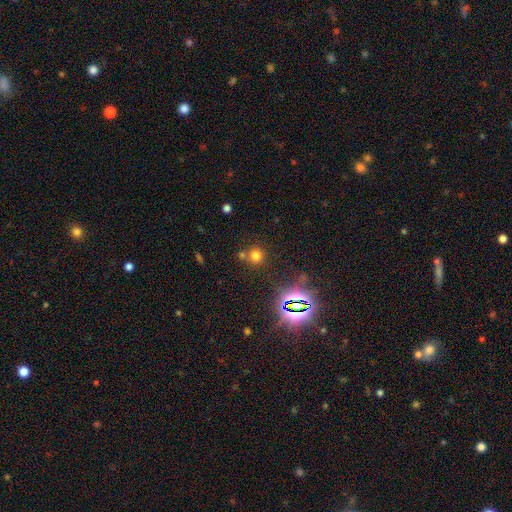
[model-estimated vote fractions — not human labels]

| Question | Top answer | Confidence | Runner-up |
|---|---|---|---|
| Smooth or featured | smooth | 66% | star or artifact (26%) |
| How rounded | round | 90% | in between (8%) |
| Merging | none | 67% | merger (20%) |